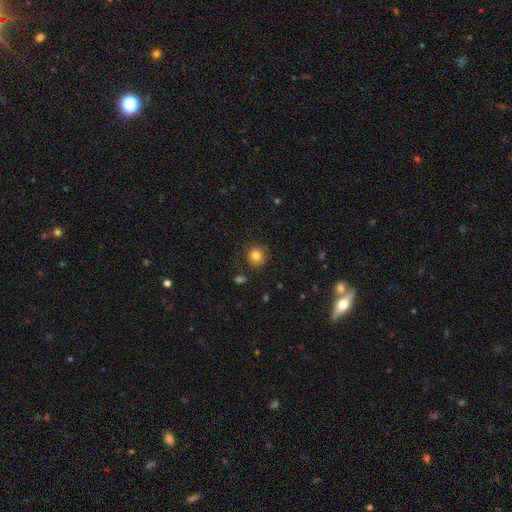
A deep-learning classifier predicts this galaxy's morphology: A smooth galaxy with no disk features (81%) that is round (90%).

Vote fractions:
- Smooth or featured? smooth: 81% / star or artifact: 11% / featured or disk: 9%
- How rounded? round: 90% / in between: 9% / cigar-shaped: 1%
- Merging? none: 79% / minor disturbance: 14% / major disturbance: 4% / merger: 2%